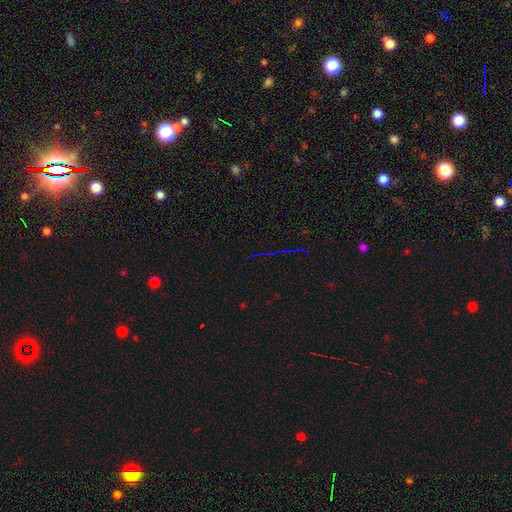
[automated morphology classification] Q: Smooth or featured?
A: star or artifact (78%); runner-up: smooth (11%)